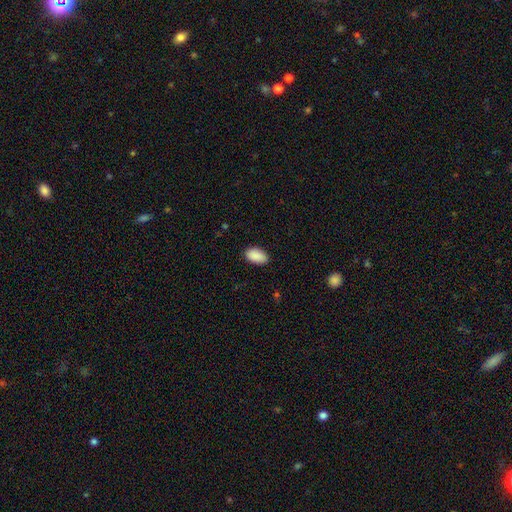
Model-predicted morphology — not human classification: Smooth or featured?
  - smooth: 91% *
  - star or artifact: 6%
  - featured or disk: 3%
How rounded?
  - in between: 94% *
  - round: 5%
  - cigar-shaped: 1%
Merging?
  - none: 86% *
  - minor disturbance: 10%
  - major disturbance: 2%
  - merger: 1%